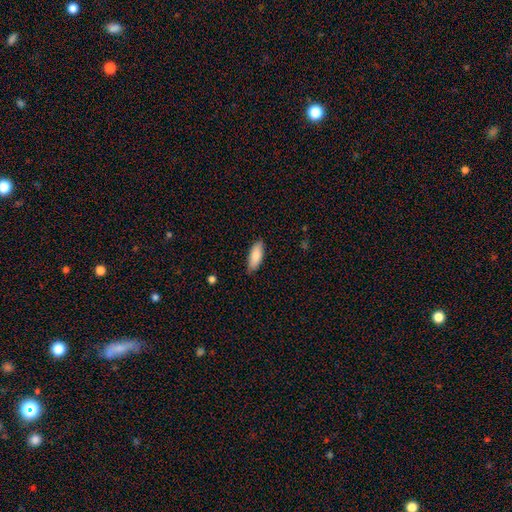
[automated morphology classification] Smooth or featured?
  - smooth: 86% *
  - featured or disk: 8%
  - star or artifact: 6%
How rounded?
  - in between: 77% *
  - cigar-shaped: 21%
  - round: 2%
Merging?
  - none: 83% *
  - minor disturbance: 14%
  - major disturbance: 2%
  - merger: 1%